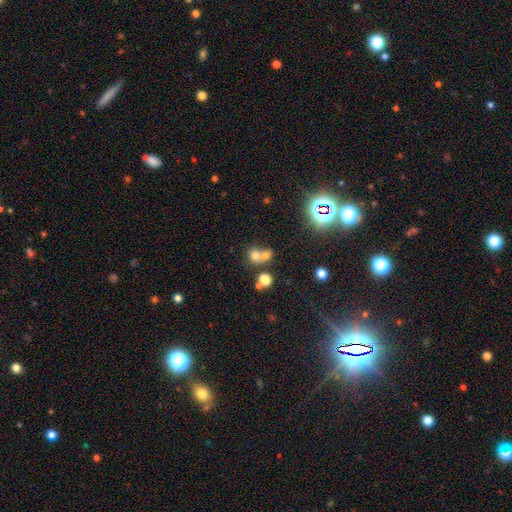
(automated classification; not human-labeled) smooth-or-featured: smooth: 68% | star or artifact: 17% | featured or disk: 15%
  how-rounded: round: 74% | in between: 25% | cigar-shaped: 1%
  merging: merger: 59% | none: 32% | minor disturbance: 6% | major disturbance: 4%